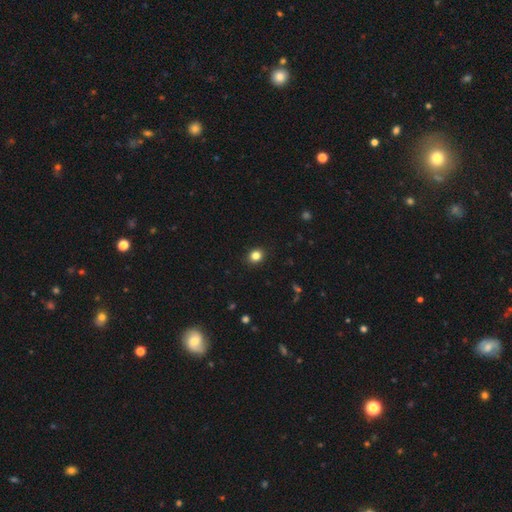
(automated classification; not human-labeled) smooth 83%, star or artifact 12%, featured or disk 5%. Down the decision tree: how rounded — round (73%); merging — none (91%).